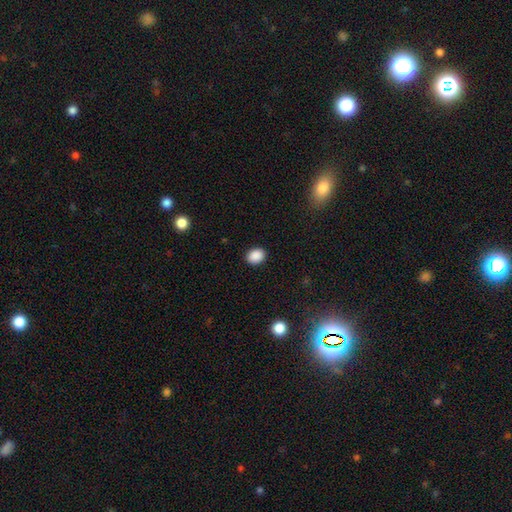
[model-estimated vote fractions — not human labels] Smooth or featured? Predicted: smooth (p=0.89). How rounded? Predicted: in between (p=0.58). Merging? Predicted: none (p=0.90).